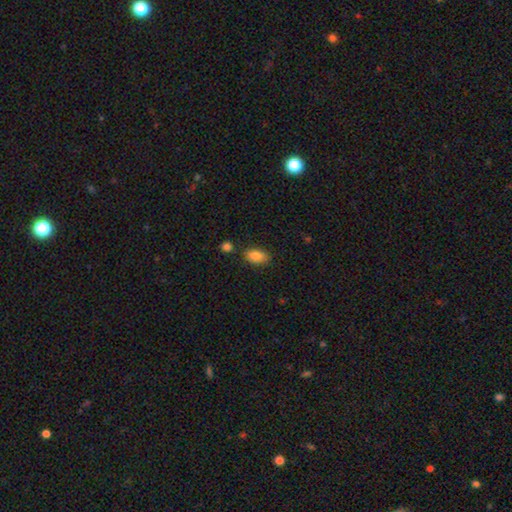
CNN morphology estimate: Smooth or featured? Predicted: smooth (p=0.87). How rounded? Predicted: in between (p=0.90). Merging? Predicted: none (p=0.78).